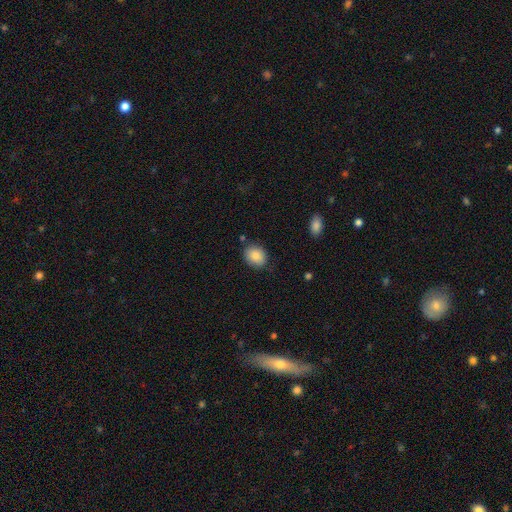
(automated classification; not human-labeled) Q: Smooth or featured?
A: smooth (86%); runner-up: star or artifact (8%)
Q: How rounded?
A: in between (53%); runner-up: round (46%)
Q: Merging?
A: none (80%); runner-up: minor disturbance (14%)